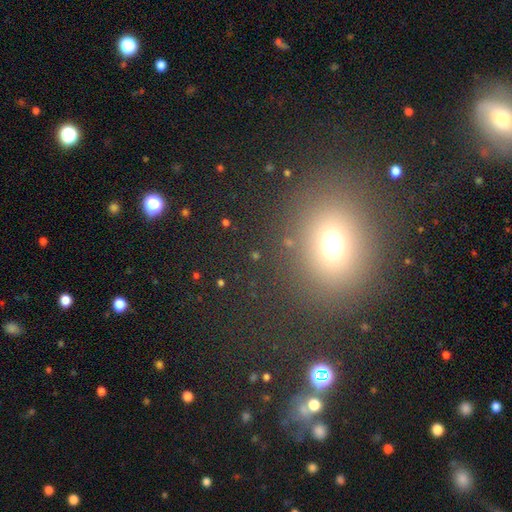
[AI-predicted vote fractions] A smooth galaxy with no disk features (55%) that is round (62%).

Vote fractions:
- Smooth or featured? smooth: 55% / star or artifact: 35% / featured or disk: 10%
- How rounded? round: 62% / in between: 35% / cigar-shaped: 3%
- Merging? none: 84% / minor disturbance: 8% / major disturbance: 5% / merger: 4%